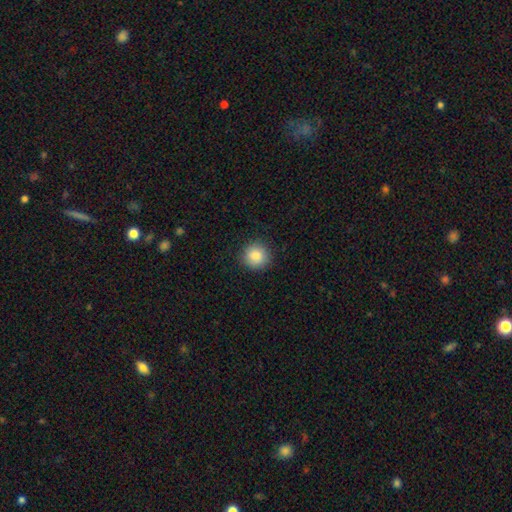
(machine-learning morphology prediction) A smooth galaxy with no disk features (87%) that is round (94%).

Vote fractions:
- Smooth or featured? smooth: 87% / star or artifact: 9% / featured or disk: 4%
- How rounded? round: 94% / in between: 5% / cigar-shaped: 1%
- Merging? none: 90% / minor disturbance: 7% / major disturbance: 2% / merger: 1%